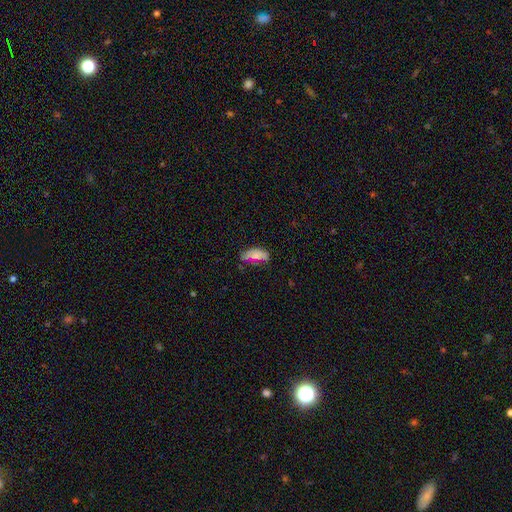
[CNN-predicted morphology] A smooth galaxy with no disk features (69%) that is in between round and cigar-shaped (86%). Merging: none (46%).